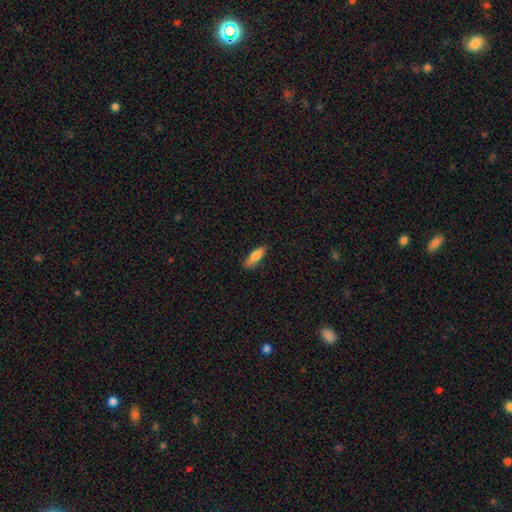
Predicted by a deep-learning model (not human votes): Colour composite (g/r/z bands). It shows a smooth galaxy with no disk features (80%) that is in between round and cigar-shaped (50%). Merging: none (82%).